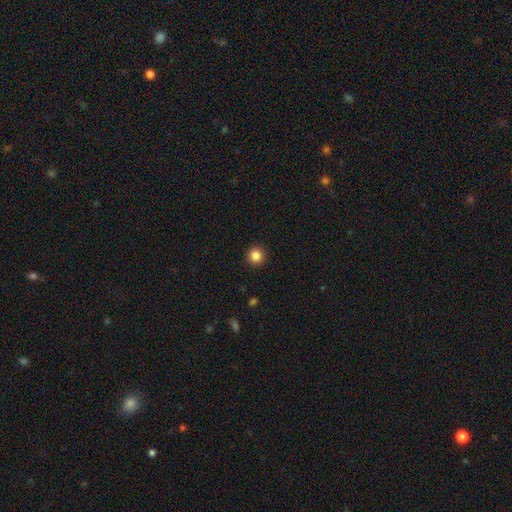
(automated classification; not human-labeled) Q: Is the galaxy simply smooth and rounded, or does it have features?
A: smooth — 84%.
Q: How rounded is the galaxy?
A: round — 95%.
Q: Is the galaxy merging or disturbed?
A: none — 93%.